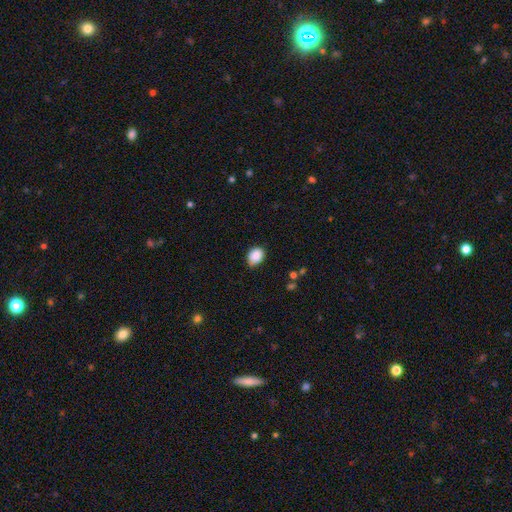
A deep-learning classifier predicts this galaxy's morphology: The model was most divided on "how rounded": in between: 59%, round: 40%, cigar-shaped: 1%. More confident: smooth or featured — smooth (88%); merging — none (67%).